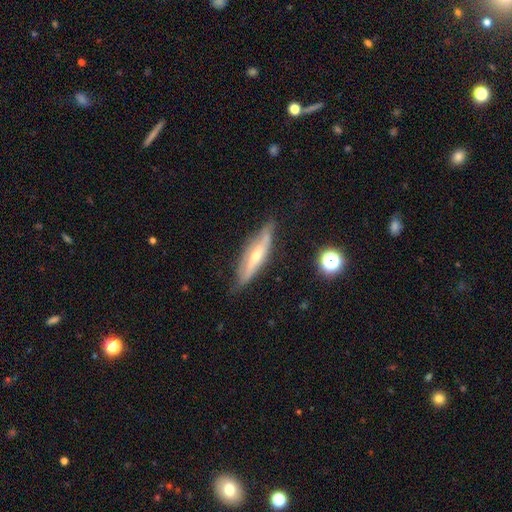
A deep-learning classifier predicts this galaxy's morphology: The model was most divided on "smooth or featured": featured or disk: 66%, smooth: 27%, star or artifact: 7%. More confident: edge-on disk — yes (73%); merging — none (73%).